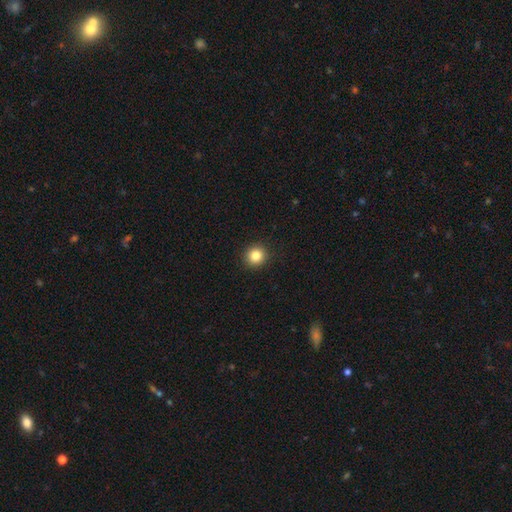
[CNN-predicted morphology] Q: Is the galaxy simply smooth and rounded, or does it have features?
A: smooth — 84%.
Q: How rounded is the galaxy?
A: round — 91%.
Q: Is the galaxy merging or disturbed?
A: none — 92%.